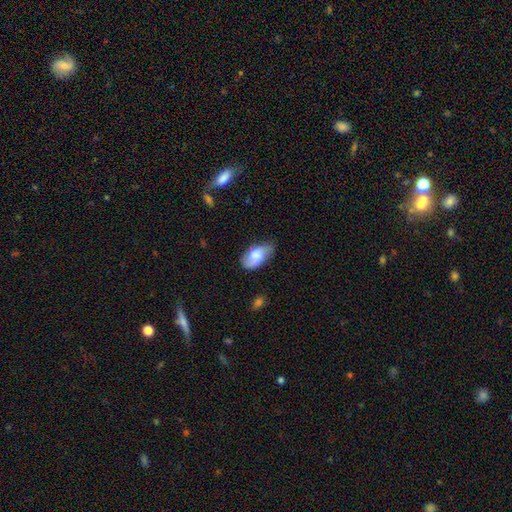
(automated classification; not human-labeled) smooth-or-featured: smooth: 61% | featured or disk: 32% | star or artifact: 7%
  how-rounded: in between: 93% | round: 4% | cigar-shaped: 3%
  merging: none: 63% | minor disturbance: 29% | major disturbance: 7% | merger: 2%